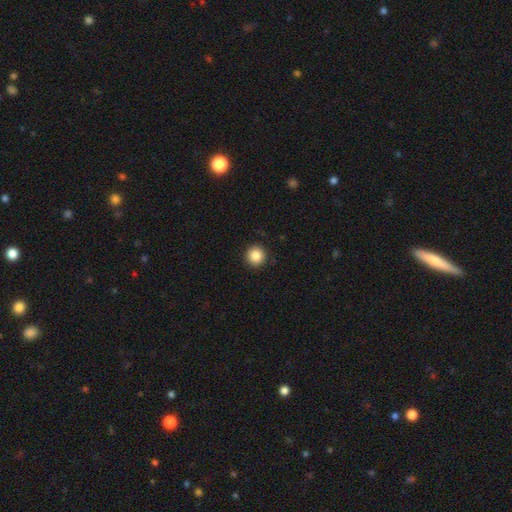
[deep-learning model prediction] Morphology: type=smooth (86%); roundness=round (95%); merging=none (92%).